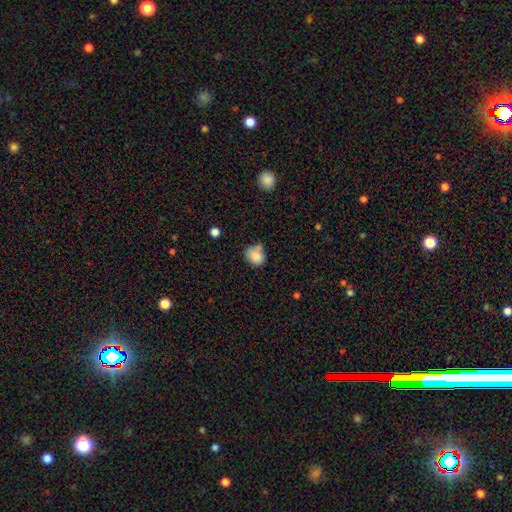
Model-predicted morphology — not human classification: Smooth or featured? smooth (82%)
How rounded? round (57%)
Merging? none (52%)